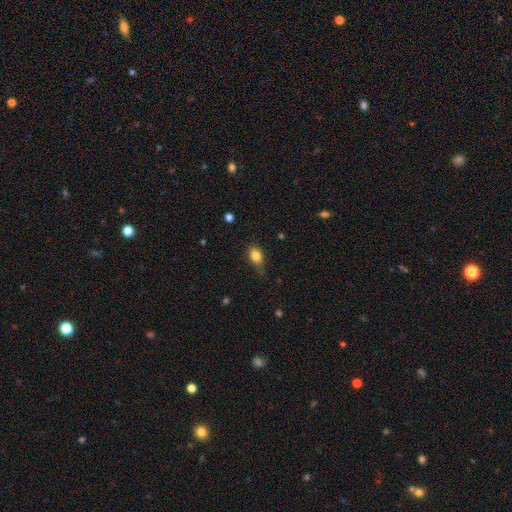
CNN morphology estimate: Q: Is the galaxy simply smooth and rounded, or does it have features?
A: smooth — 83%.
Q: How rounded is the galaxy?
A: in between — 74%.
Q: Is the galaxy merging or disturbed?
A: none — 62%.